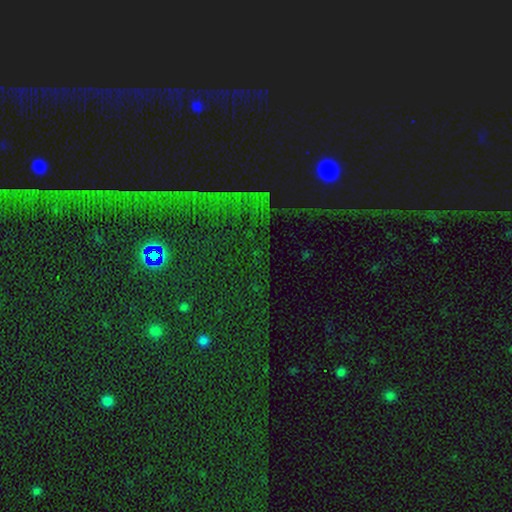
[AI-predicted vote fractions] This appears to be a star or artifact, not a galaxy (73%).